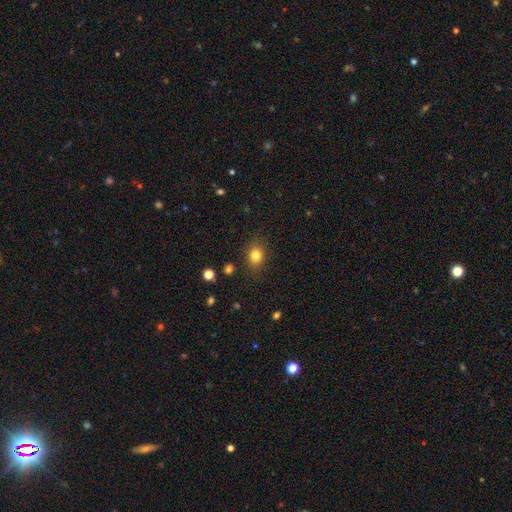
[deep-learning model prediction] The model was most divided on "how rounded": round: 50%, in between: 48%, cigar-shaped: 1%. More confident: merging — none (84%); smooth or featured — smooth (81%).